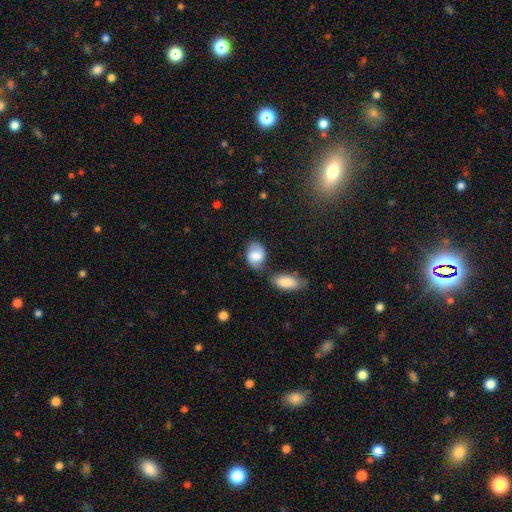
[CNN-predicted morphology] The model was most divided on "merging": none: 54%, minor disturbance: 21%, merger: 18%, major disturbance: 7%. More confident: how rounded — in between (76%); smooth or featured — smooth (66%).